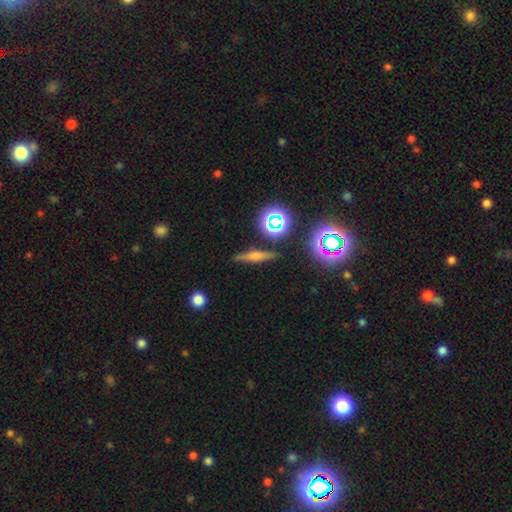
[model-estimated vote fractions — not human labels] smooth_or_featured: featured or disk (p=0.46) [alt: smooth p=0.34]
merging: none (p=0.87) [alt: minor disturbance p=0.08]